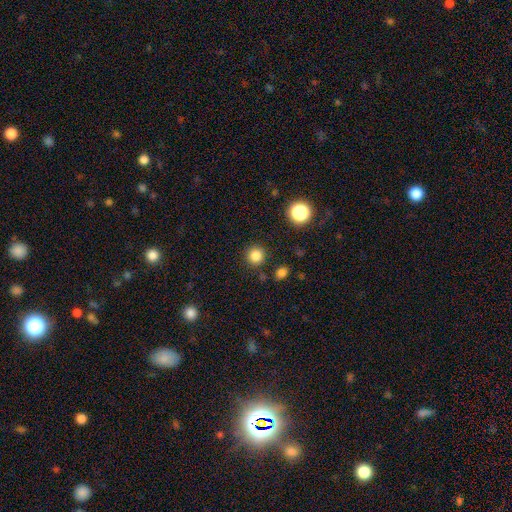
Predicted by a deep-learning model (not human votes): smooth_or_featured: smooth (p=0.84) [alt: star or artifact p=0.13]
how_rounded: round (p=0.93) [alt: in between p=0.06]
merging: none (p=0.88) [alt: minor disturbance p=0.06]